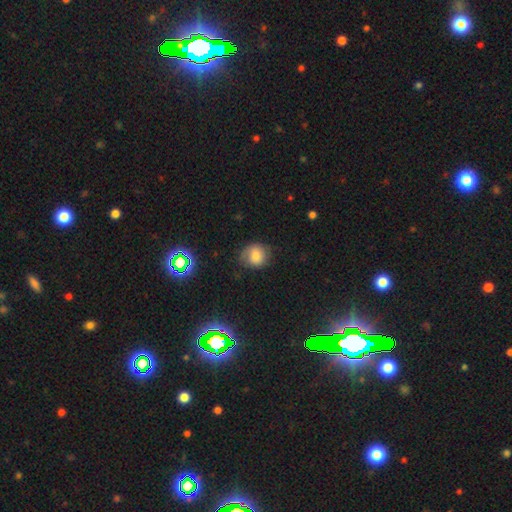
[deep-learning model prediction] A smooth galaxy with no disk features (71%) that is round (76%). Merging: none (65%).